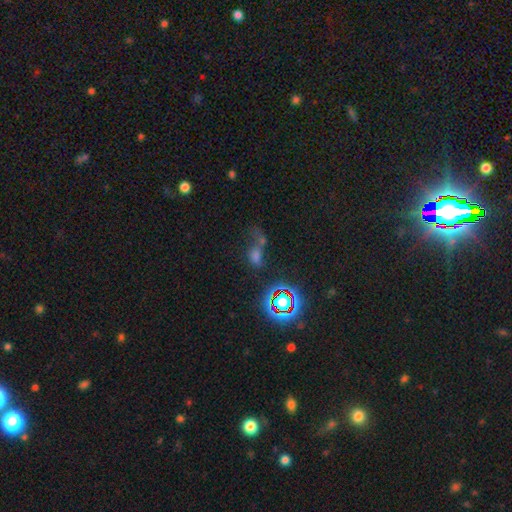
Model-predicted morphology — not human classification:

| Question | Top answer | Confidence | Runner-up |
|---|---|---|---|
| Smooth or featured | smooth | 44% | star or artifact (40%) |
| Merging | none | 33% | merger (31%) |